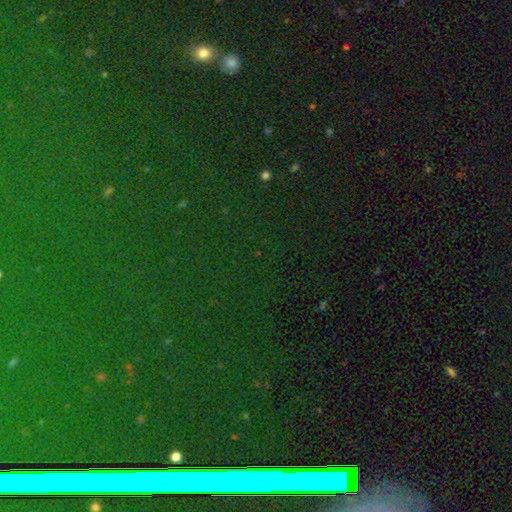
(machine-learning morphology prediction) This appears to be a star or artifact, not a galaxy (80%).